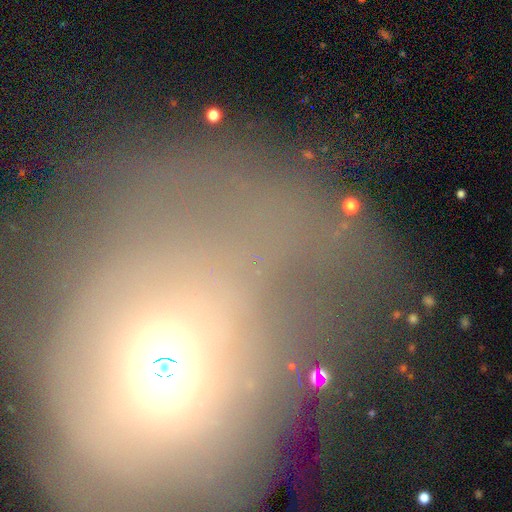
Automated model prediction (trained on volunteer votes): A smooth galaxy with no disk features (43%).

Vote fractions:
- Smooth or featured? smooth: 43% / star or artifact: 29% / featured or disk: 28%
- Merging? major disturbance: 40% / none: 35% / minor disturbance: 17% / merger: 8%